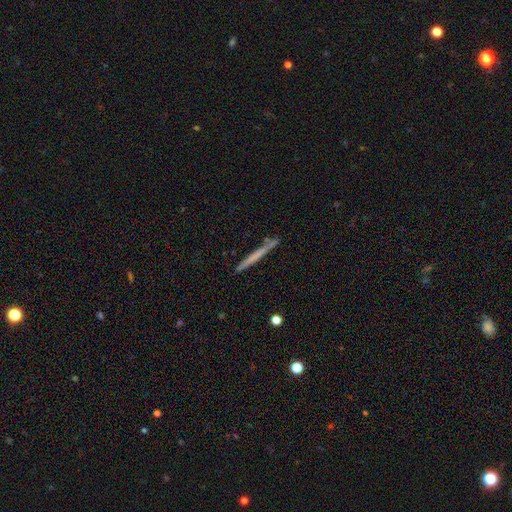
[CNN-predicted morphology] Q: Smooth or featured?
A: smooth (48%); runner-up: featured or disk (45%)
Q: Merging?
A: none (86%); runner-up: minor disturbance (9%)